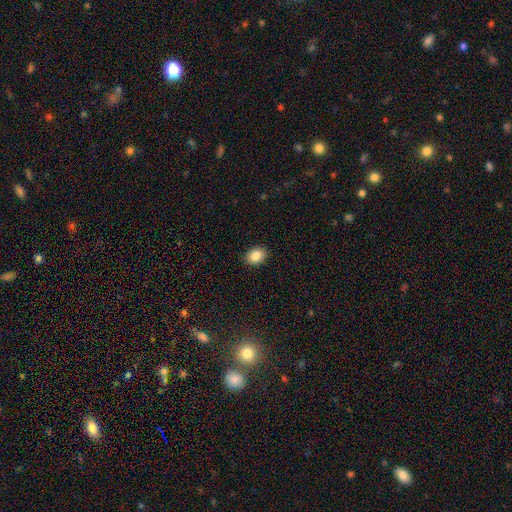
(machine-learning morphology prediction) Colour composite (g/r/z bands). It shows a smooth galaxy with no disk features (85%) that is in between round and cigar-shaped (64%). Merging: none (90%).